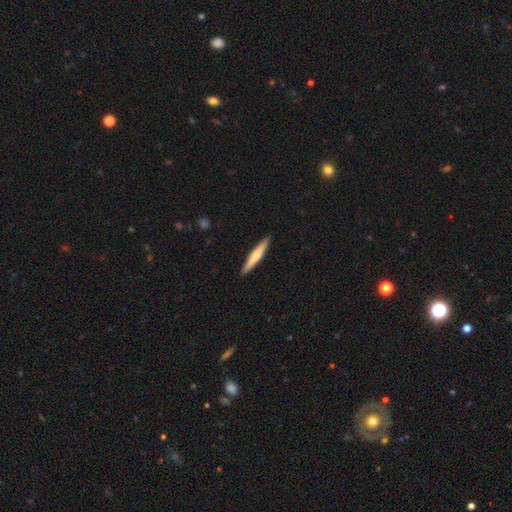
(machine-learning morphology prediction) smooth_or_featured: smooth (p=0.55) [alt: featured or disk p=0.40]
how_rounded: cigar-shaped (p=0.94) [alt: in between p=0.05]
merging: none (p=0.91) [alt: minor disturbance p=0.06]